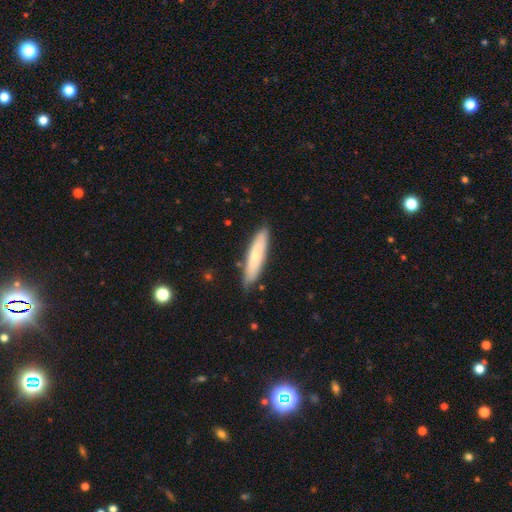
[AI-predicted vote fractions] This appears to be a smooth galaxy with no disk features (68%) that is cigar-shaped (83%). Merging: none (84%).